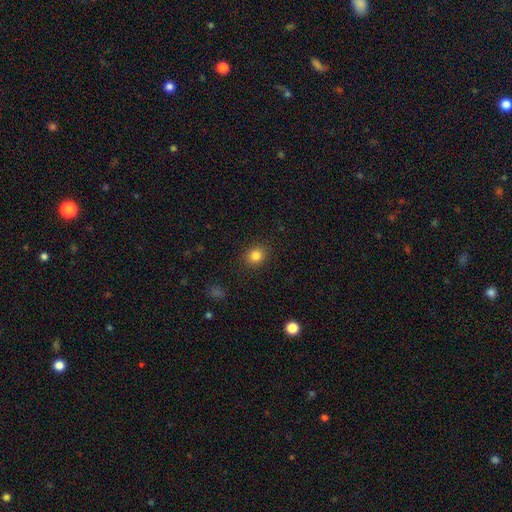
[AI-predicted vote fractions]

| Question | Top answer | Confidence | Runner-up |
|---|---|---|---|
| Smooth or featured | smooth | 83% | star or artifact (11%) |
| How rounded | round | 73% | in between (26%) |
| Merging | none | 89% | minor disturbance (7%) |